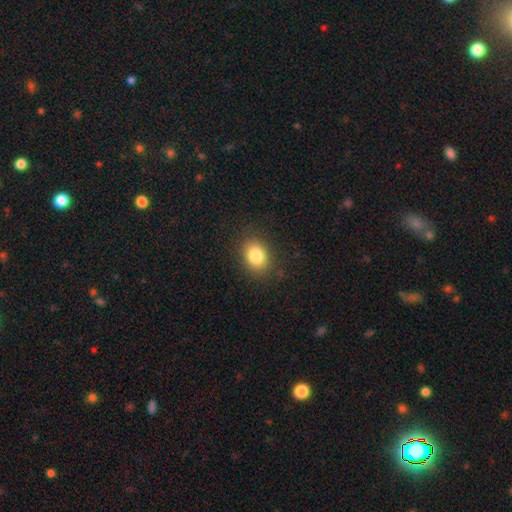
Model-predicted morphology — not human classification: Smooth or featured: smooth — 84% (star or artifact — 10%)
How rounded: in between — 53% (round — 46%)
Merging: none — 86% (minor disturbance — 10%)